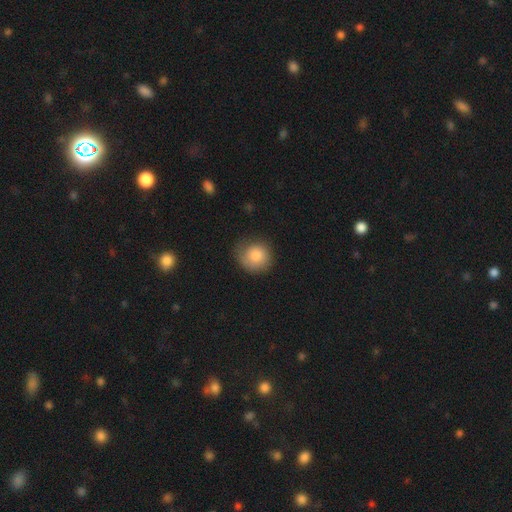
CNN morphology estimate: The model was most divided on "merging": none: 69%, minor disturbance: 23%, major disturbance: 7%, merger: 2%. More confident: how rounded — round (87%); smooth or featured — smooth (84%).